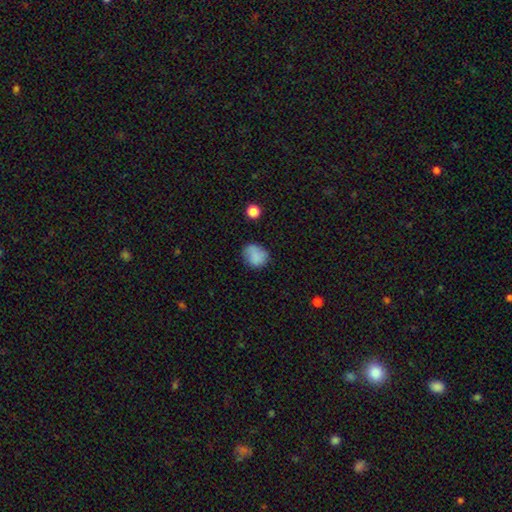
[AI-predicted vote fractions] The model was most divided on "how rounded": round: 68%, in between: 31%, cigar-shaped: 1%. More confident: smooth or featured — smooth (81%); merging — none (66%).